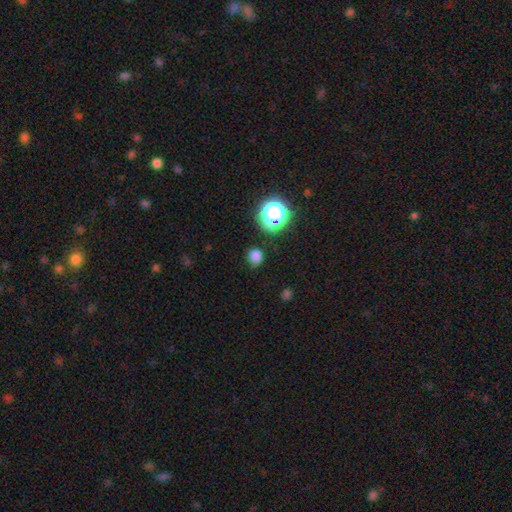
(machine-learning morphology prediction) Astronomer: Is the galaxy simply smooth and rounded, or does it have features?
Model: smooth — 77%.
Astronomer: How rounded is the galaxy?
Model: round — 76%.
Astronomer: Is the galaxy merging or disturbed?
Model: none — 79%.